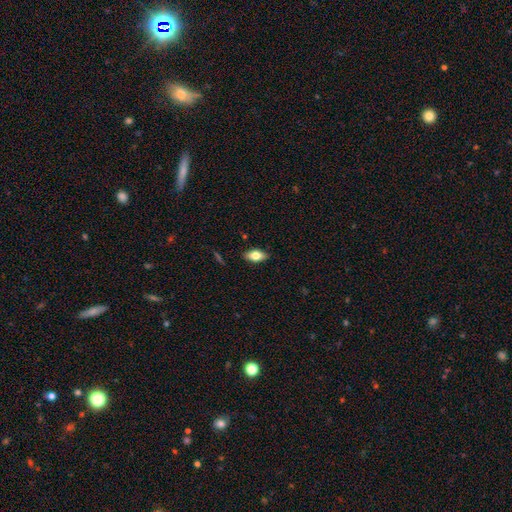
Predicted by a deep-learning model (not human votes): Smooth or featured?
  - smooth: 72% *
  - featured or disk: 21%
  - star or artifact: 7%
How rounded?
  - in between: 87% *
  - cigar-shaped: 9%
  - round: 4%
Merging?
  - none: 86% *
  - minor disturbance: 11%
  - major disturbance: 2%
  - merger: 1%